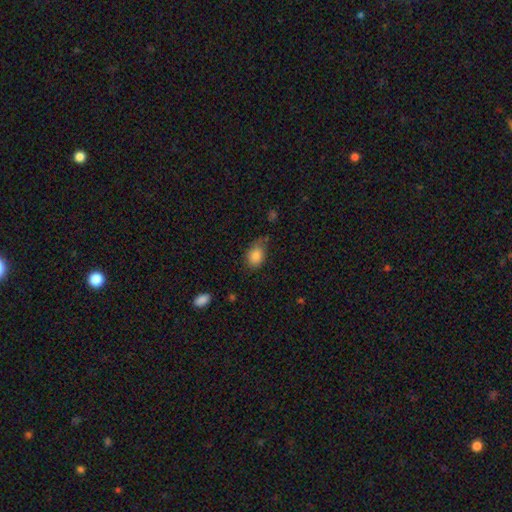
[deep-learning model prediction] This is clearly a smooth galaxy (85%). How rounded: clearly in between (84%). Merging: possibly none (54%).